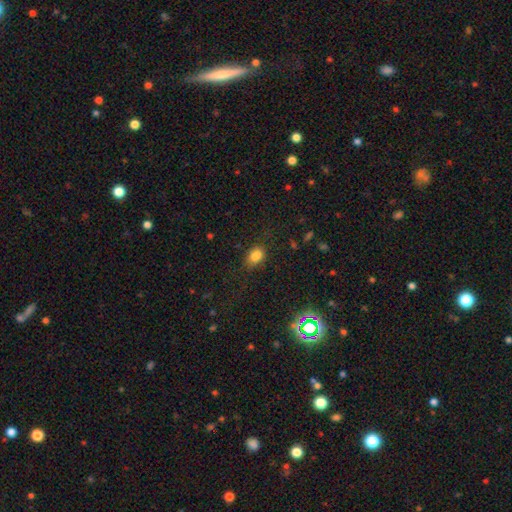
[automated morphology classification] Smooth or featured?
  - smooth: 81% *
  - star or artifact: 12%
  - featured or disk: 6%
How rounded?
  - in between: 74% *
  - round: 24%
  - cigar-shaped: 2%
Merging?
  - none: 71% *
  - minor disturbance: 19%
  - major disturbance: 7%
  - merger: 3%